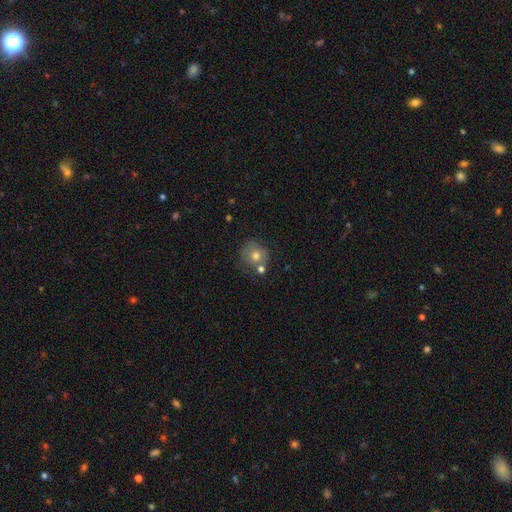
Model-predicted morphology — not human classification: Overall: smooth (70%). How rounded: round (82%). Merging: none (55%; merger 24%).